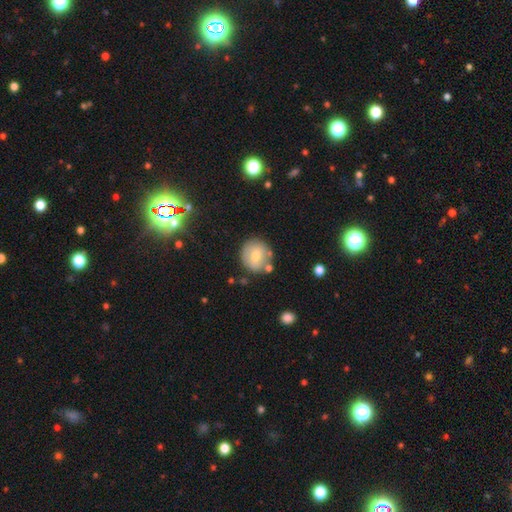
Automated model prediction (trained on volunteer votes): Morphology: type=smooth (64%); roundness=round (88%); merging=none (76%).